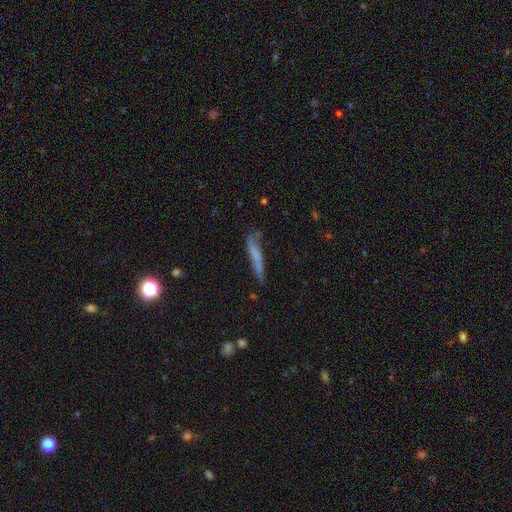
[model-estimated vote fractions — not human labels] Q: Smooth or featured?
A: smooth (56%); runner-up: featured or disk (34%)
Q: How rounded?
A: cigar-shaped (91%); runner-up: in between (7%)
Q: Merging?
A: none (59%); runner-up: minor disturbance (27%)